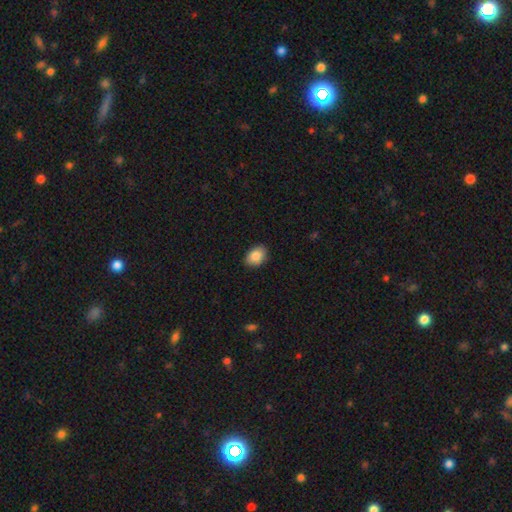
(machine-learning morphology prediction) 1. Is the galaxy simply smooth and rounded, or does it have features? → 88% smooth, 7% star or artifact, 5% featured or disk.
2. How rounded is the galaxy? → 80% in between, 19% round, 1% cigar-shaped.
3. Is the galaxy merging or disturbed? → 87% none, 10% minor disturbance, 2% major disturbance, 1% merger.